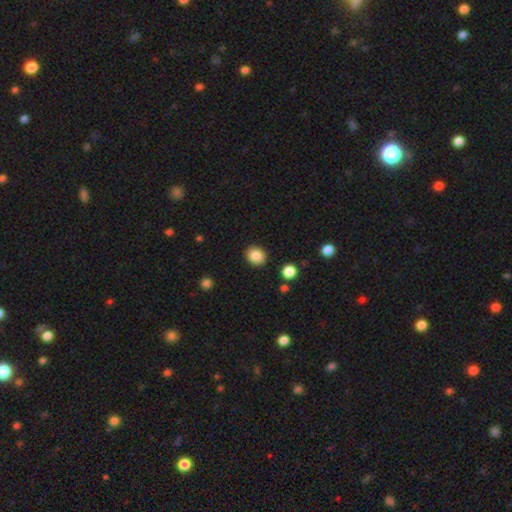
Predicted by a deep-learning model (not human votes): A smooth galaxy with no disk features (87%) that is round (74%).

Vote fractions:
- Smooth or featured? smooth: 87% / star or artifact: 9% / featured or disk: 4%
- How rounded? round: 74% / in between: 25% / cigar-shaped: 1%
- Merging? none: 90% / minor disturbance: 6% / major disturbance: 2% / merger: 2%